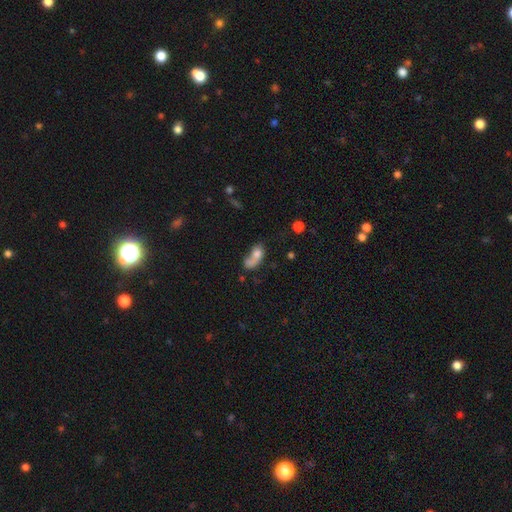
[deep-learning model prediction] Smooth or featured?
  - smooth: 69% *
  - featured or disk: 20%
  - star or artifact: 11%
How rounded?
  - in between: 66% *
  - round: 28%
  - cigar-shaped: 6%
Merging?
  - merger: 50% *
  - none: 21%
  - major disturbance: 17%
  - minor disturbance: 11%